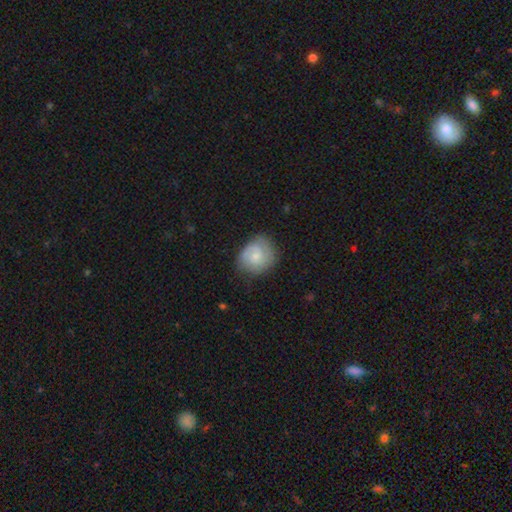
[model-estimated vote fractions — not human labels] The model was most divided on "smooth or featured": featured or disk: 52%, smooth: 42%, star or artifact: 7%. More confident: edge-on disk — no (98%); spiral arms — yes (87%); merging — none (70%); bar — no (65%); bulge size — small (56%).